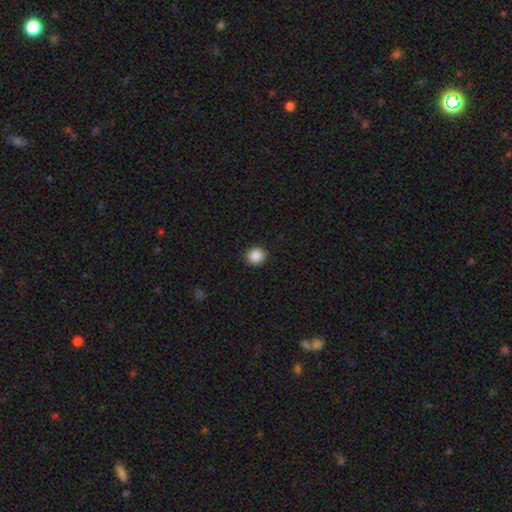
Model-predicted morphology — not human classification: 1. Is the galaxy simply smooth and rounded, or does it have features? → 88% smooth, 9% star or artifact, 2% featured or disk.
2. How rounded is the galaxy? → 91% round, 8% in between, 1% cigar-shaped.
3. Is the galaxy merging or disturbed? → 92% none, 5% minor disturbance, 2% major disturbance, 1% merger.